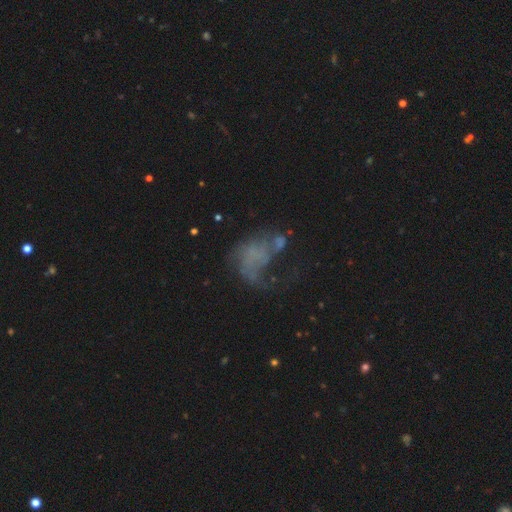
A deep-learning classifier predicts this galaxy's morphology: smooth-or-featured: featured or disk: 50% | smooth: 31% | star or artifact: 20%
  merging: major disturbance: 48% | none: 23% | merger: 14% | minor disturbance: 14%